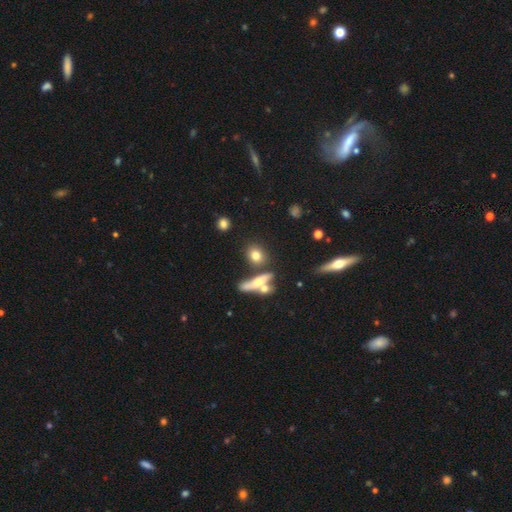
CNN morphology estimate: smooth 73%, featured or disk 16%, star or artifact 10%. Down the decision tree: how rounded — round (48%); merging — none (62%).